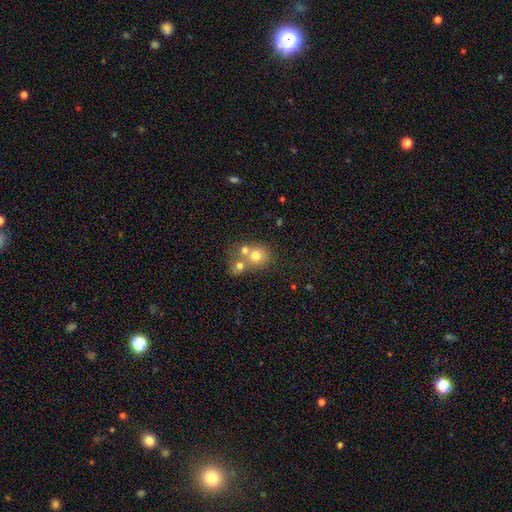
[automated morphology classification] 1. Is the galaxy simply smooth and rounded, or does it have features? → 67% smooth, 19% featured or disk, 13% star or artifact.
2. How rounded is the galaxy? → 79% round, 20% in between, 1% cigar-shaped.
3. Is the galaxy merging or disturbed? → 54% merger, 36% none, 6% minor disturbance, 3% major disturbance.